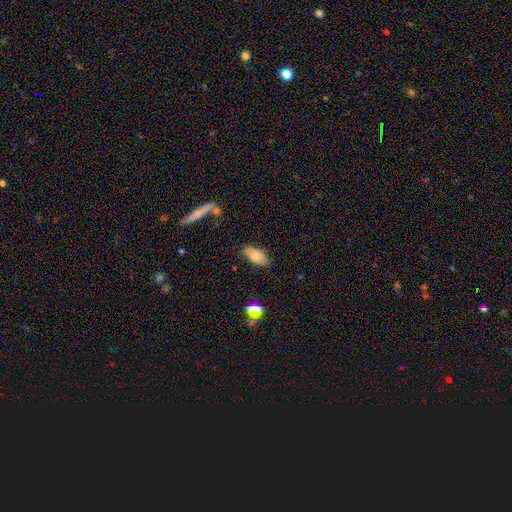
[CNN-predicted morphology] Smooth or featured? smooth (76%)
How rounded? in between (87%)
Merging? none (72%)